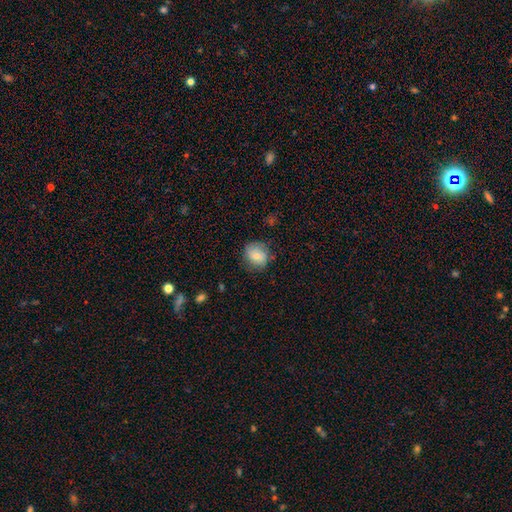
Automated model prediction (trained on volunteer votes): smooth 72%, featured or disk 19%, star or artifact 8%. Down the decision tree: how rounded — round (67%); merging — none (72%).